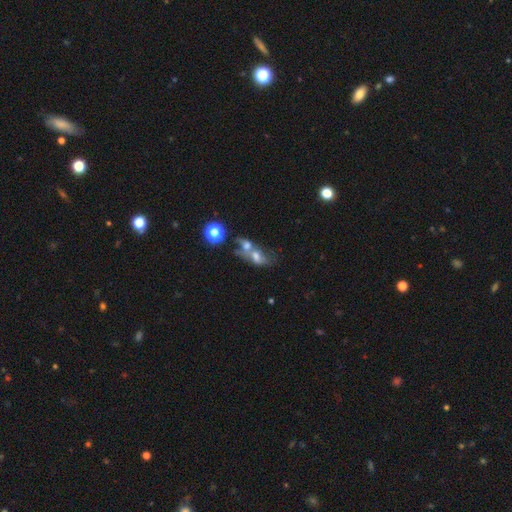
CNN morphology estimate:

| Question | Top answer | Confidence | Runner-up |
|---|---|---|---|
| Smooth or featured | smooth | 49% | featured or disk (33%) |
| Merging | merger | 65% | none (16%) |